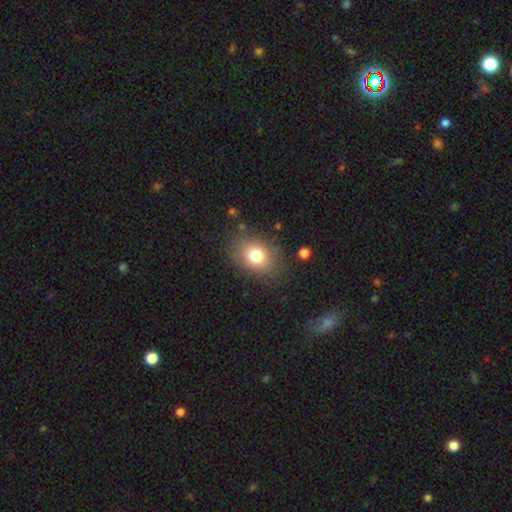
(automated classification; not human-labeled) Smooth or featured? smooth (78%)
How rounded? in between (61%)
Merging? none (81%)